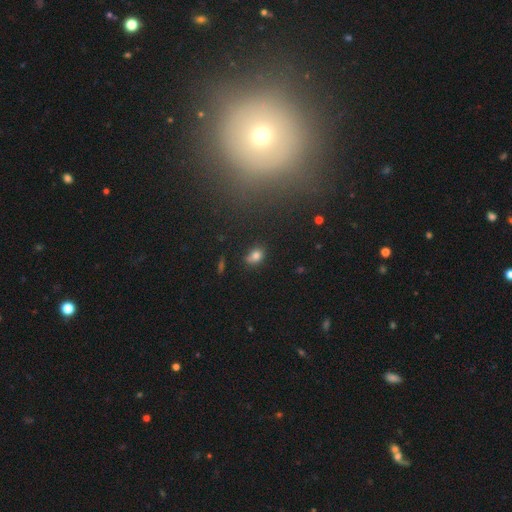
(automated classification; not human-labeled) This appears to be a smooth galaxy with no disk features (78%) that is in between round and cigar-shaped (64%). Merging: none (56%).